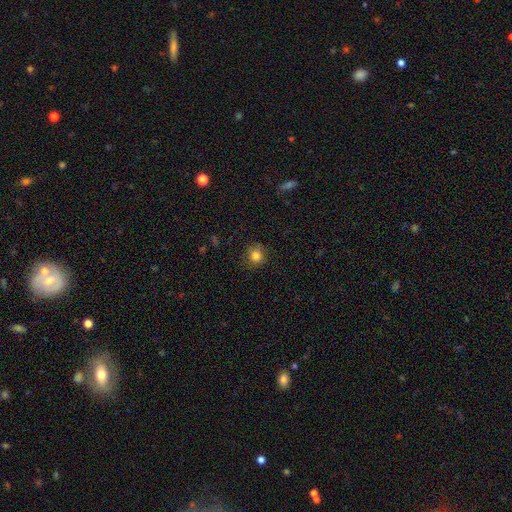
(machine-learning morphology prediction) Overall: smooth (82%). How rounded: round (88%). Merging: none (83%).